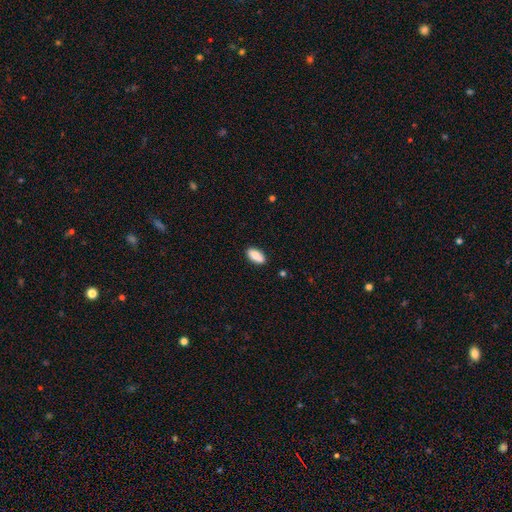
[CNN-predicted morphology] A smooth galaxy with no disk features (80%) that is in between round and cigar-shaped (91%).

Vote fractions:
- Smooth or featured? smooth: 80% / featured or disk: 13% / star or artifact: 7%
- How rounded? in between: 91% / cigar-shaped: 6% / round: 3%
- Merging? none: 78% / minor disturbance: 14% / merger: 6% / major disturbance: 3%